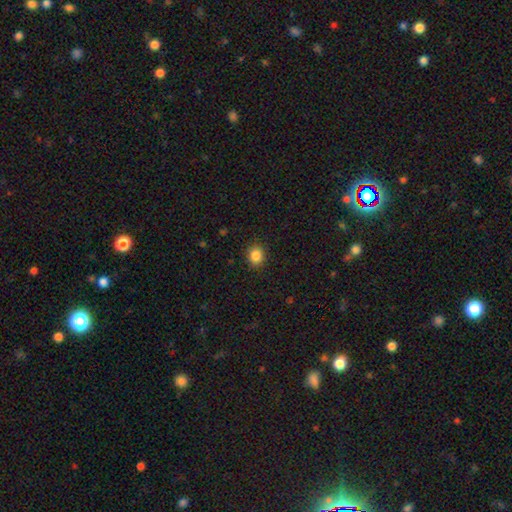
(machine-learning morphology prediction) Smooth or featured?
  - smooth: 86% *
  - star or artifact: 10%
  - featured or disk: 4%
How rounded?
  - round: 68% *
  - in between: 31%
  - cigar-shaped: 1%
Merging?
  - none: 90% *
  - minor disturbance: 7%
  - major disturbance: 2%
  - merger: 1%